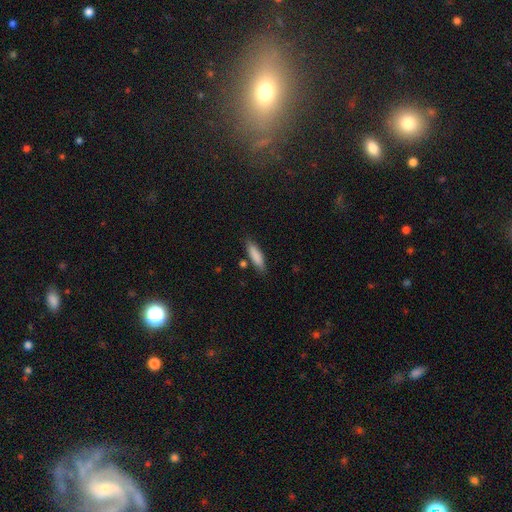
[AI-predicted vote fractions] This appears to be a smooth galaxy with no disk features (85%) that is cigar-shaped (65%). Merging: none (81%).